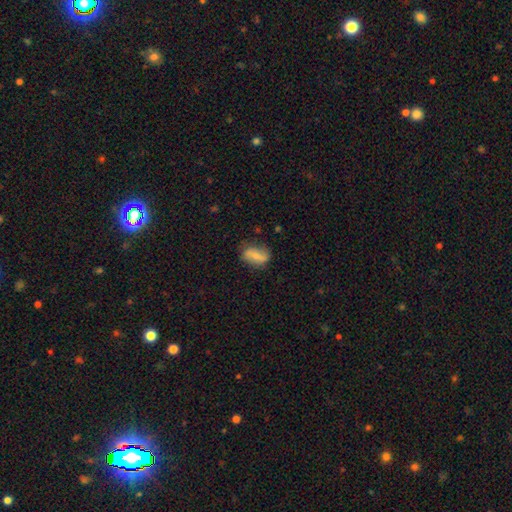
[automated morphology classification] Smooth or featured?
  - smooth: 56% *
  - featured or disk: 36%
  - star or artifact: 8%
How rounded?
  - in between: 82% *
  - round: 12%
  - cigar-shaped: 7%
Merging?
  - none: 66% *
  - minor disturbance: 24%
  - major disturbance: 8%
  - merger: 2%